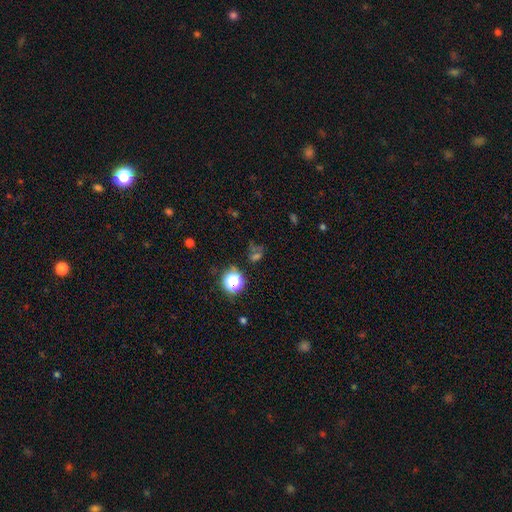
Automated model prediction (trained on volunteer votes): The model was most divided on "smooth or featured": star or artifact: 52%, smooth: 37%, featured or disk: 11%.